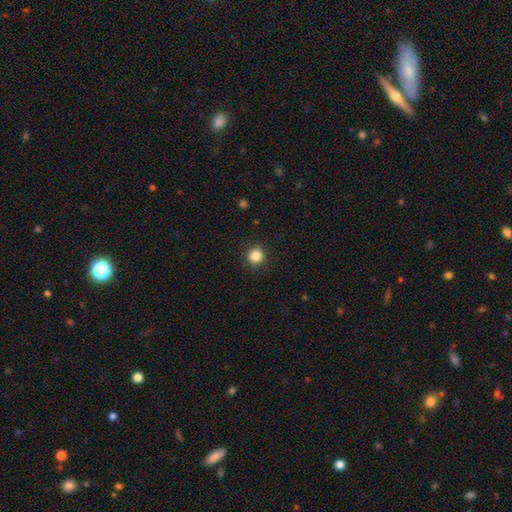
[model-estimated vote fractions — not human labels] smooth_or_featured: smooth (p=0.85) [alt: star or artifact p=0.11]
how_rounded: round (p=0.94) [alt: in between p=0.05]
merging: none (p=0.91) [alt: minor disturbance p=0.06]